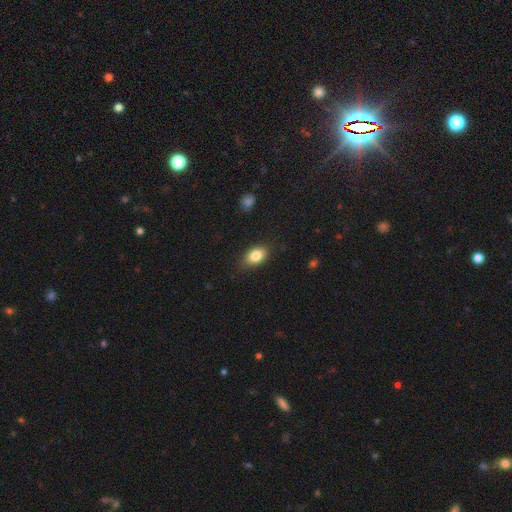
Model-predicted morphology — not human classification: Smooth or featured: smooth — 84% (featured or disk — 8%)
How rounded: in between — 86% (round — 13%)
Merging: none — 81% (minor disturbance — 15%)